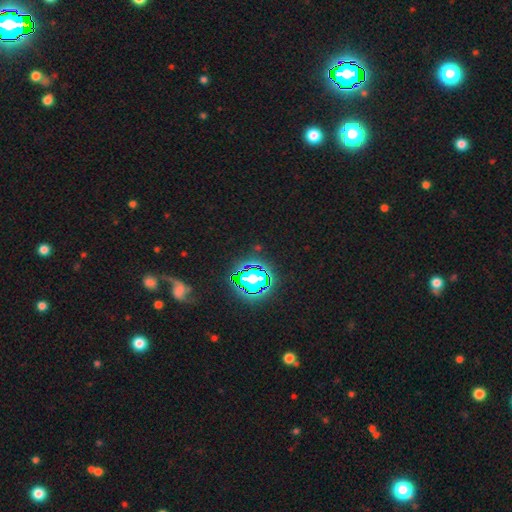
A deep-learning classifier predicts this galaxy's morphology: Smooth or featured?
  - star or artifact: 82% *
  - smooth: 11%
  - featured or disk: 7%